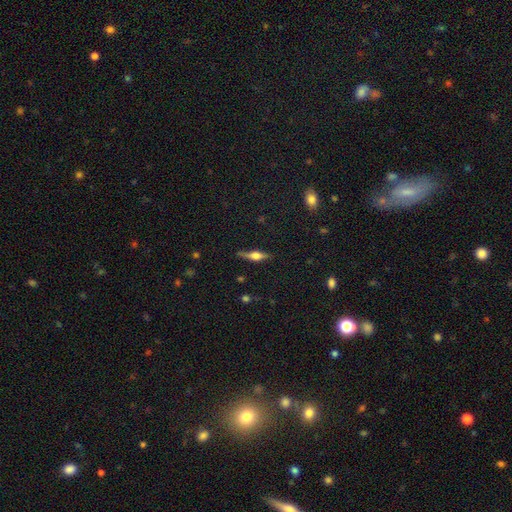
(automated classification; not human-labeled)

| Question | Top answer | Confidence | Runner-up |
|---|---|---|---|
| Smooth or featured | featured or disk | 65% | smooth (27%) |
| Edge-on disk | yes | 96% | no (4%) |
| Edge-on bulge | rounded | 89% | boxy (9%) |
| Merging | none | 84% | minor disturbance (12%) |